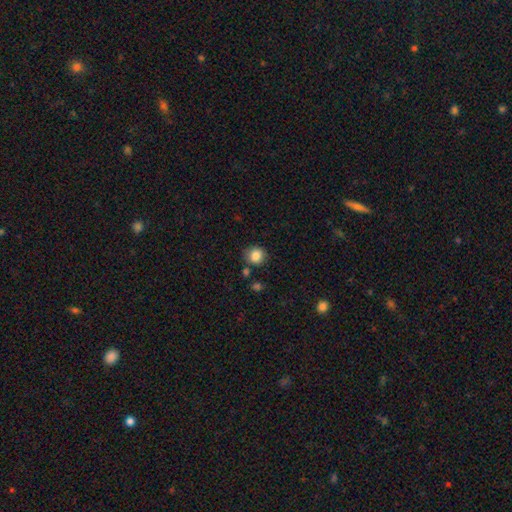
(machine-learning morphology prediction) A smooth galaxy with no disk features (85%) that is round (86%). Merging: none (81%).